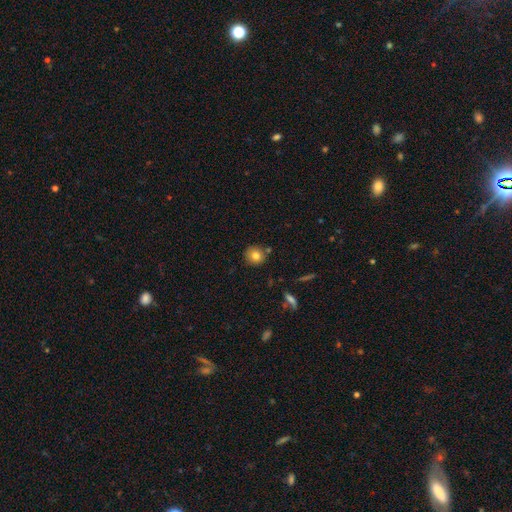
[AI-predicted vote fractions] This is likely a smooth galaxy (79%). How rounded: clearly round (90%). Merging: clearly none (81%).